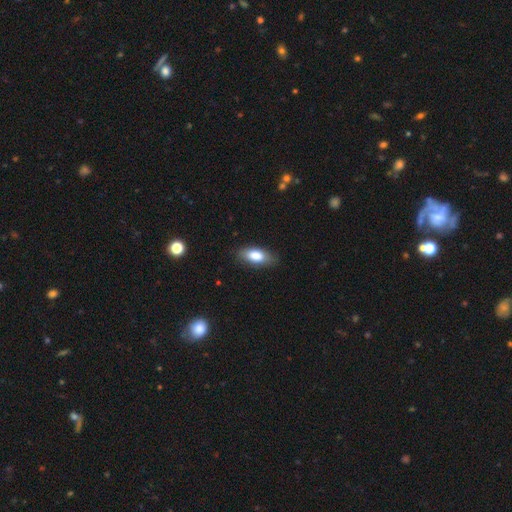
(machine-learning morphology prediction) Overall: smooth (80%). How rounded: in between (85%). Merging: none (81%).